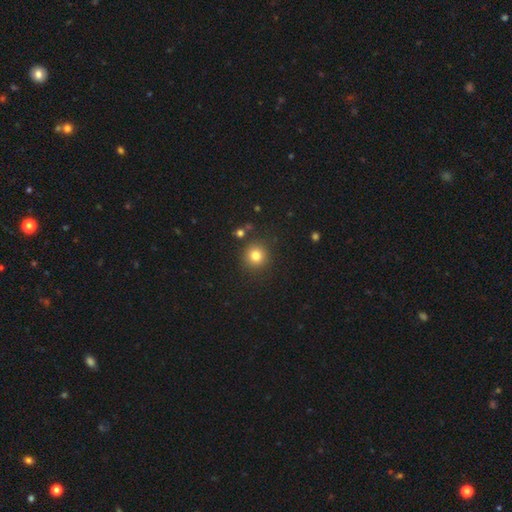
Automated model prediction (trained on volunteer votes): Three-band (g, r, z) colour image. It shows a smooth galaxy with no disk features (81%) that is round (93%). Merging: none (88%).